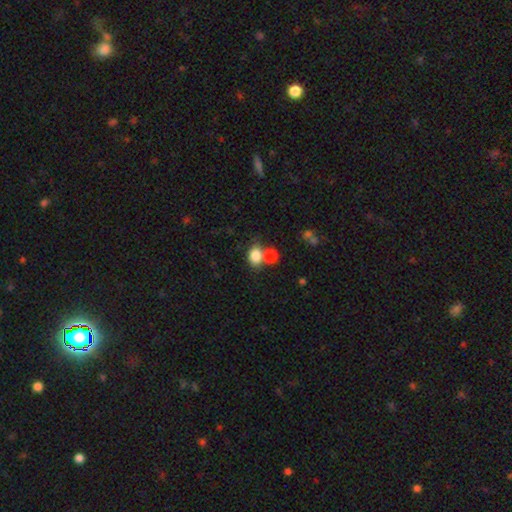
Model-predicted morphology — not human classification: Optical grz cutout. It shows a smooth galaxy with no disk features (82%) that is in between round and cigar-shaped (65%). Merging: none (49%).